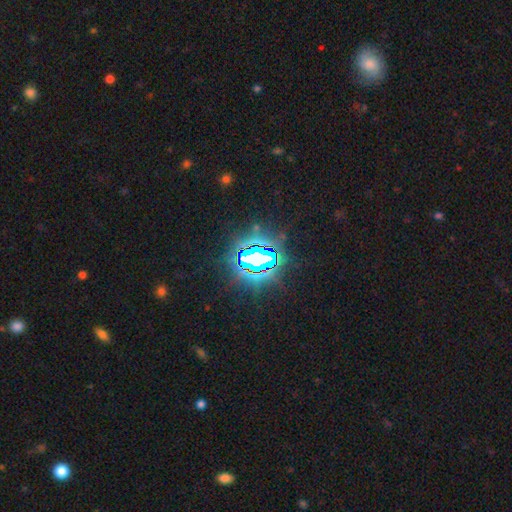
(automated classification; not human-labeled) Smooth or featured?
  - star or artifact: 81% *
  - smooth: 10%
  - featured or disk: 9%